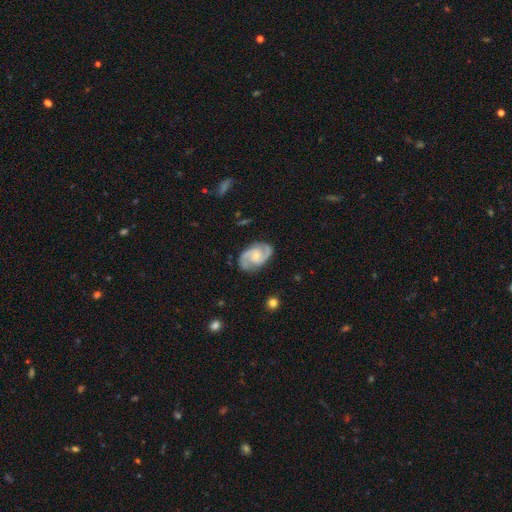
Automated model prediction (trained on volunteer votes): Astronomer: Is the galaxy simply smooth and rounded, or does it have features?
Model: featured or disk — 88%.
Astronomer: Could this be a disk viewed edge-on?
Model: no — 98%.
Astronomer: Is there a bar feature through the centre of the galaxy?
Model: no — 57% (runner-up: weak, 36%).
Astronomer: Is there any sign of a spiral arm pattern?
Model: yes — 98%.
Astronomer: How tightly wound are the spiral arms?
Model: medium — 57%.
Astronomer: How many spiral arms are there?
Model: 2 — 91%.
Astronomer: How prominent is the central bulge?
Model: small — 57% (runner-up: moderate, 32%).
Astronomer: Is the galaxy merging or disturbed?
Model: none — 81%.